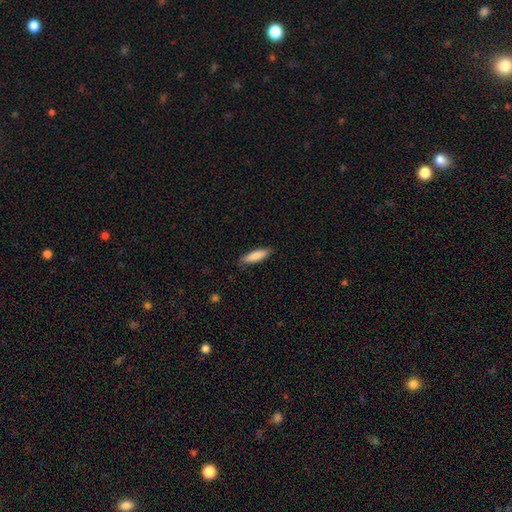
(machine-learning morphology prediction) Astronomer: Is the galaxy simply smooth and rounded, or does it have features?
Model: smooth — 84%.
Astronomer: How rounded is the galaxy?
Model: cigar-shaped — 61% (runner-up: in between, 37%).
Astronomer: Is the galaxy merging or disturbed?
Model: none — 85%.